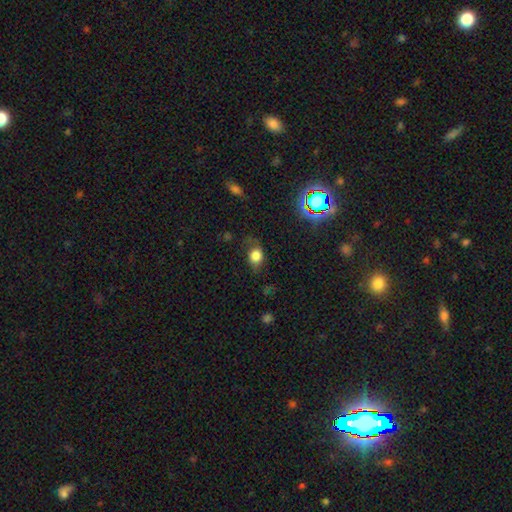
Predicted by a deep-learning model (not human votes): Smooth or featured? smooth (75%)
How rounded? in between (51%)
Merging? none (58%)